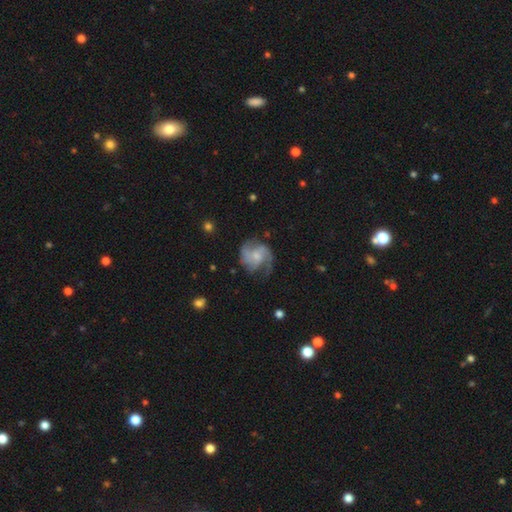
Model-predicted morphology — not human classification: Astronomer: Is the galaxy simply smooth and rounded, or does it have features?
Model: featured or disk — 80%.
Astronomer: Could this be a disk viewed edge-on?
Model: no — 98%.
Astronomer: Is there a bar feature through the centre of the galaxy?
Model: no — 60%.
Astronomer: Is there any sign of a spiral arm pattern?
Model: yes — 95%.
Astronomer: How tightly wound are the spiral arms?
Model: medium — 51%.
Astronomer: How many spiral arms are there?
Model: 2 — 37% (runner-up: 3, 35%).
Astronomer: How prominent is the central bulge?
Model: small — 51% (runner-up: moderate, 33%).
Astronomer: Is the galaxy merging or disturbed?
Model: none — 62%.